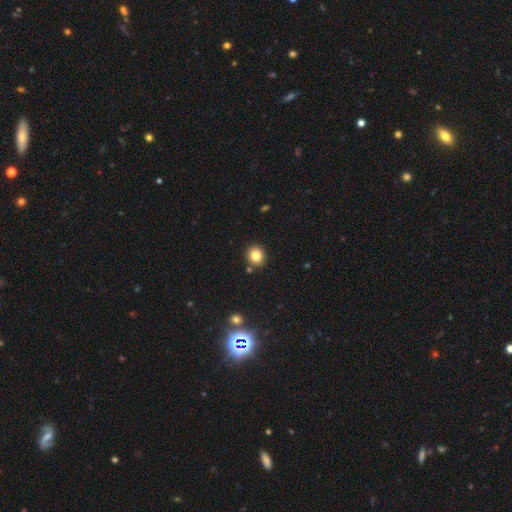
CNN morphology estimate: smooth 83%, star or artifact 11%, featured or disk 7%. Down the decision tree: how rounded — round (84%); merging — none (87%).